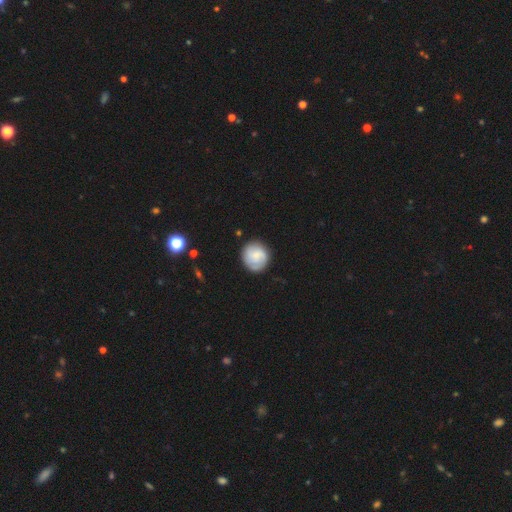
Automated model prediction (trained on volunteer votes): Smooth or featured? smooth (63%)
How rounded? round (89%)
Merging? none (83%)